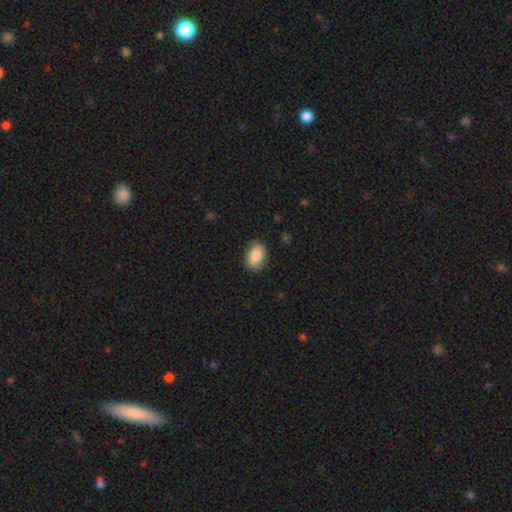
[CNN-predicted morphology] Overall: smooth (87%). How rounded: in between (86%). Merging: none (83%).